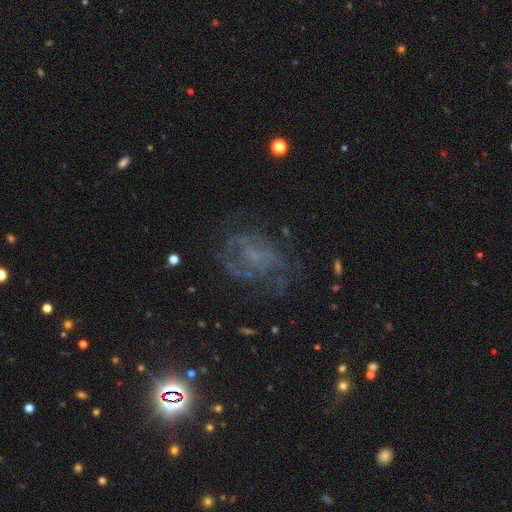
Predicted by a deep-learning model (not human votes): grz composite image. It shows a featured or disk galaxy (57%) with no bar (69%), spiral arms (62%) and no central bulge (62%). Merging: none (57%).